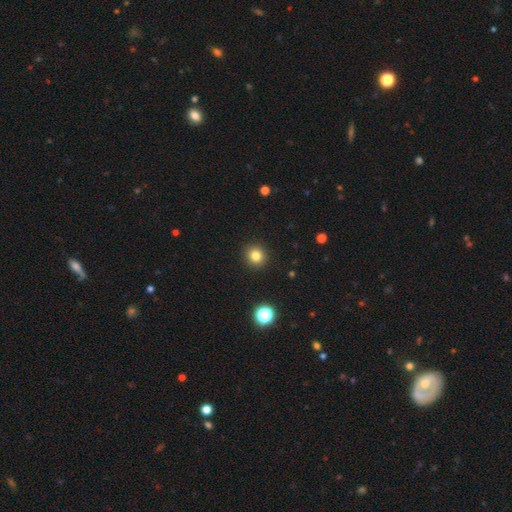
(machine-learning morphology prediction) smooth 82%, star or artifact 13%, featured or disk 6%. Down the decision tree: how rounded — round (92%); merging — none (92%).